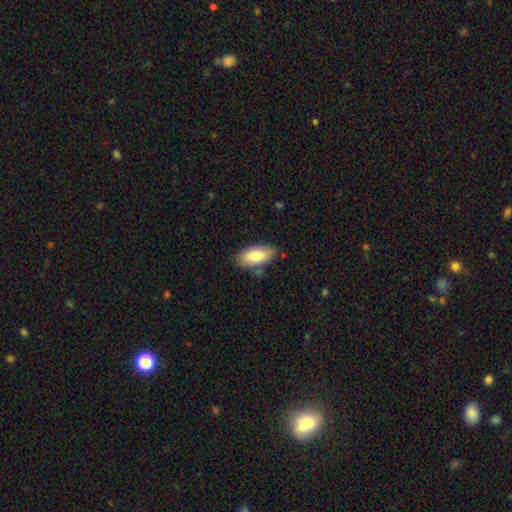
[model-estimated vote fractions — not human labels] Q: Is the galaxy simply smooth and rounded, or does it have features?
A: smooth — 77%.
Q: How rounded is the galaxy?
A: in between — 90%.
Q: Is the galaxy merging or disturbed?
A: none — 81%.